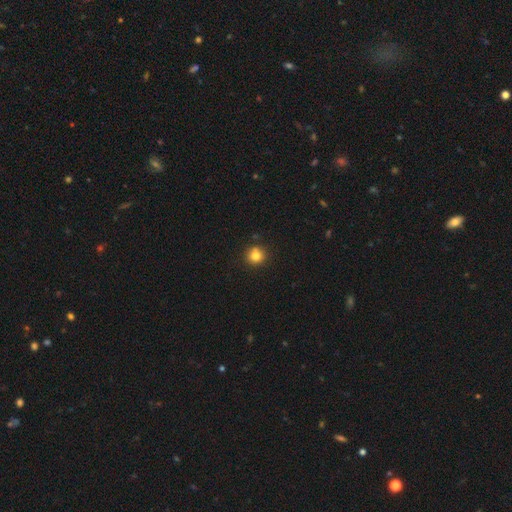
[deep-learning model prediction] Overall: smooth (81%). How rounded: round (91%). Merging: none (80%).